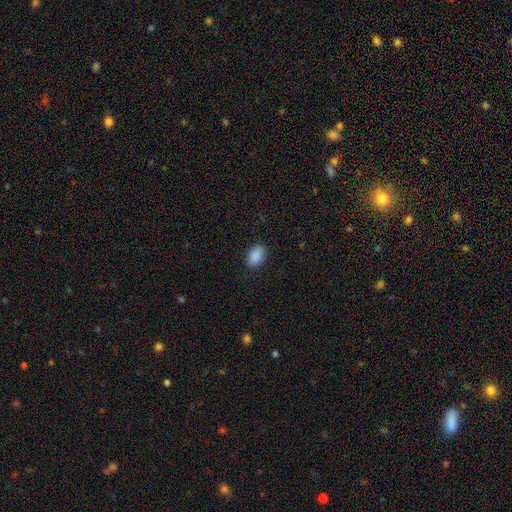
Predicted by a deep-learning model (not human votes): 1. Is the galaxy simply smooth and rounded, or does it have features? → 90% smooth, 7% star or artifact, 3% featured or disk.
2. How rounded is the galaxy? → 89% in between, 9% round, 1% cigar-shaped.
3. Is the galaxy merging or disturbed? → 87% none, 10% minor disturbance, 2% major disturbance, 1% merger.